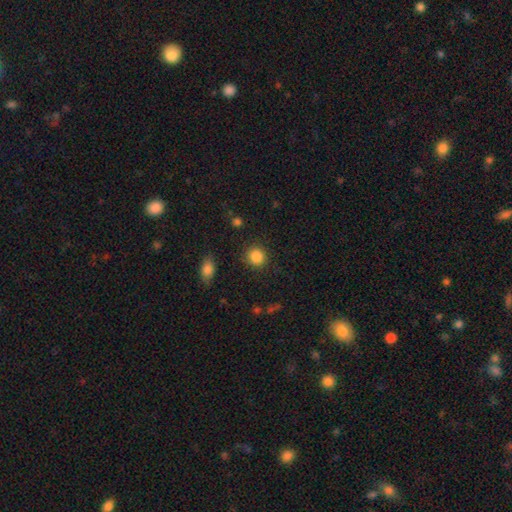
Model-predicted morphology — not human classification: Smooth or featured? Predicted: smooth (p=0.86). How rounded? Predicted: round (p=0.89). Merging? Predicted: none (p=0.89).